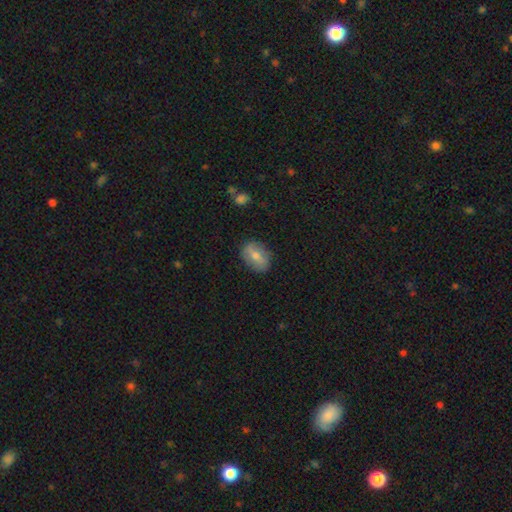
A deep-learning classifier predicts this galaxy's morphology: Smooth or featured? smooth (67%)
How rounded? in between (79%)
Merging? none (81%)